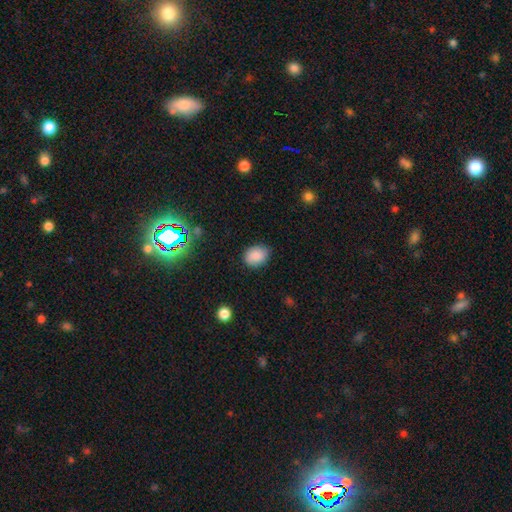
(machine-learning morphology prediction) A smooth galaxy with no disk features (86%) that is in between round and cigar-shaped (64%). Merging: none (79%).